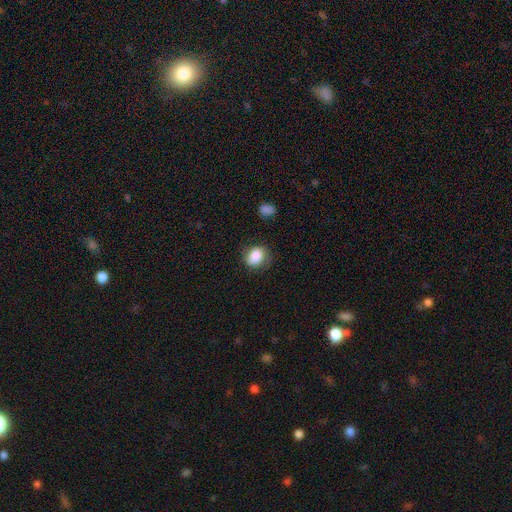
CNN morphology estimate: smooth_or_featured: smooth (p=0.83) [alt: star or artifact p=0.09]
how_rounded: round (p=0.51) [alt: in between p=0.48]
merging: none (p=0.74) [alt: minor disturbance p=0.19]